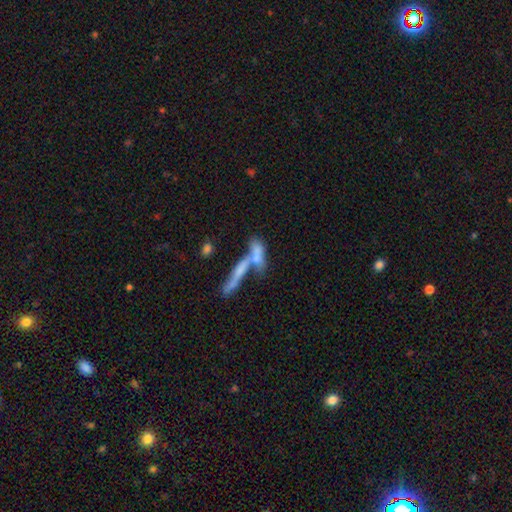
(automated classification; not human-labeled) This is possibly a smooth galaxy (58%). How rounded: possibly cigar-shaped (59%). Merging: possibly merger (58%).